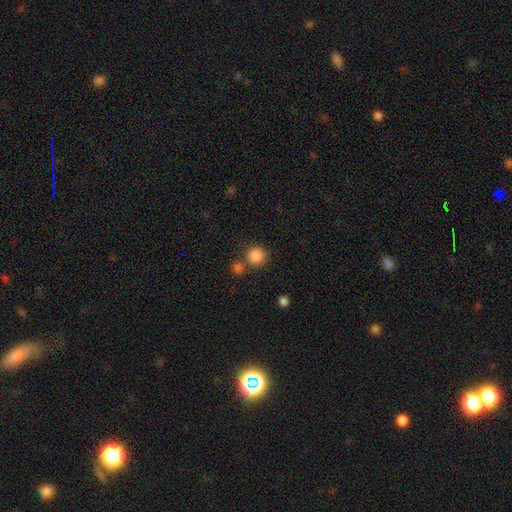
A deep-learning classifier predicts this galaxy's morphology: Q: Smooth or featured?
A: smooth (86%); runner-up: star or artifact (10%)
Q: How rounded?
A: round (92%); runner-up: in between (7%)
Q: Merging?
A: none (69%); runner-up: merger (17%)